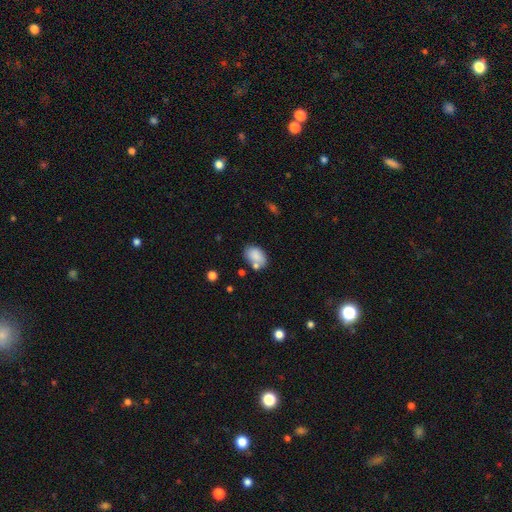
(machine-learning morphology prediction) smooth-or-featured: smooth: 82% | featured or disk: 9% | star or artifact: 8%
  how-rounded: in between: 82% | round: 16% | cigar-shaped: 1%
  merging: none: 59% | minor disturbance: 19% | merger: 17% | major disturbance: 6%